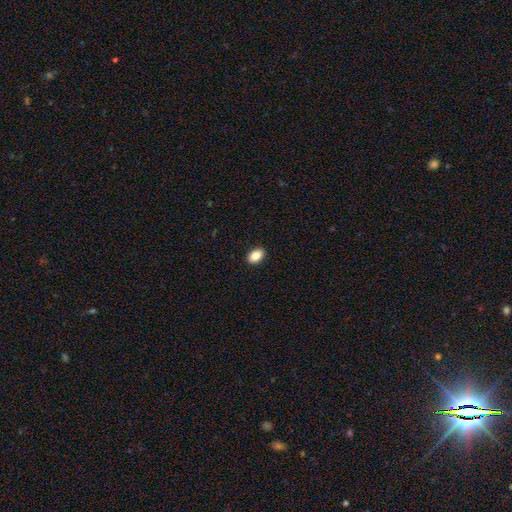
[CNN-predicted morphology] Q: Smooth or featured?
A: smooth (86%); runner-up: star or artifact (8%)
Q: How rounded?
A: in between (88%); runner-up: round (10%)
Q: Merging?
A: none (91%); runner-up: minor disturbance (7%)